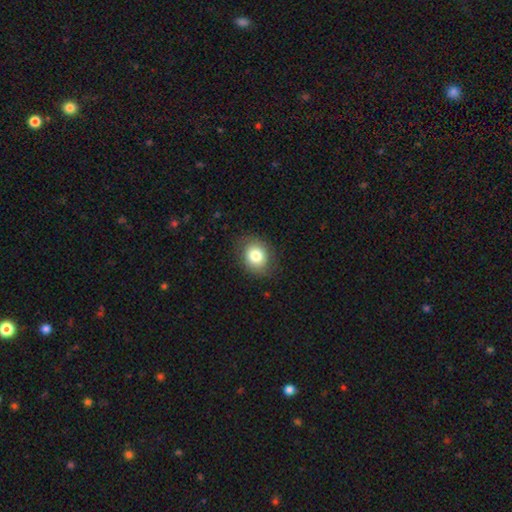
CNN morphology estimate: This is clearly a smooth galaxy (80%). How rounded: possibly round (58%). Merging: clearly none (83%).